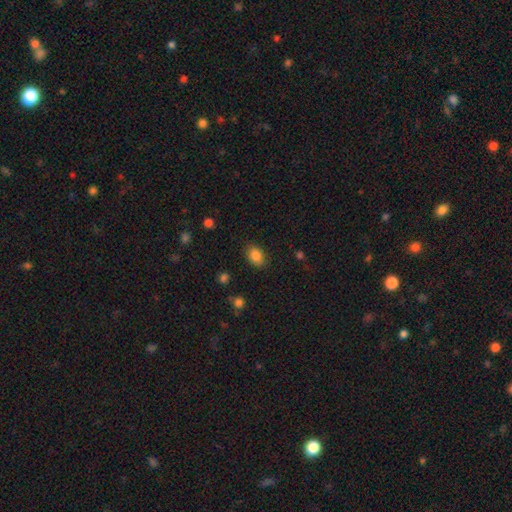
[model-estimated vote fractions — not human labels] The model was most divided on "how rounded": in between: 75%, round: 24%, cigar-shaped: 1%. More confident: merging — none (85%); smooth or featured — smooth (85%).